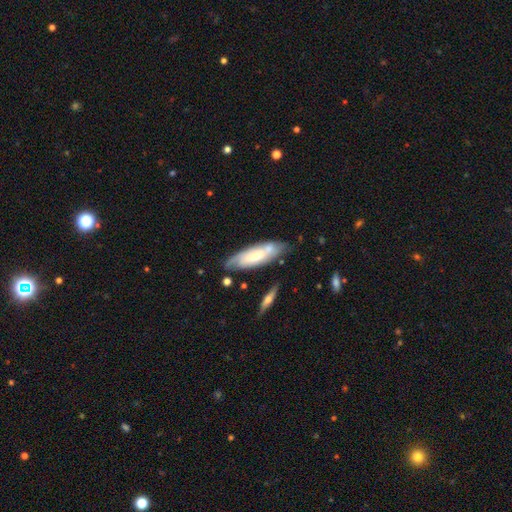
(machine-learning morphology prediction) The model was most divided on "smooth or featured": featured or disk: 53%, smooth: 41%, star or artifact: 6%. More confident: edge-on disk — no (72%); merging — none (65%).